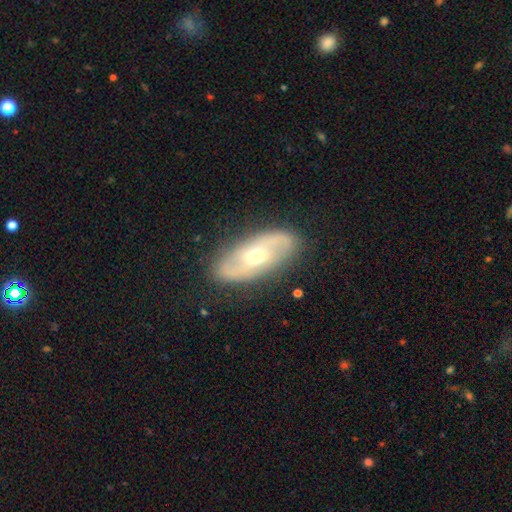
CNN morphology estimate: The model was most divided on "spiral winding": medium: 39%, tight: 32%, loose: 29%. More confident: edge-on disk — no (89%); merging — none (86%); spiral arm count — 2 (84%); spiral arms — yes (81%); smooth or featured — featured or disk (73%); bulge size — moderate (64%); bar — no (63%).